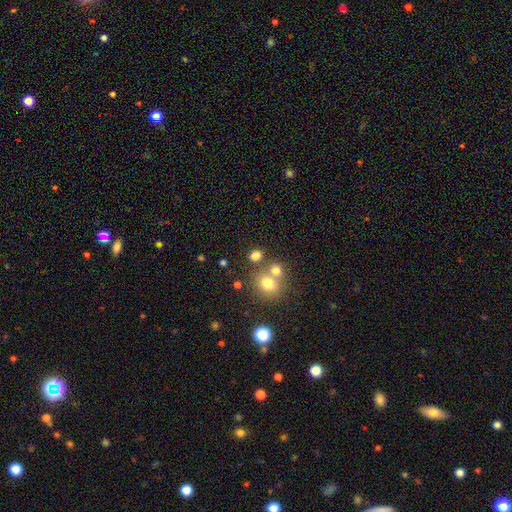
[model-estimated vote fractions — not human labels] This is likely a smooth galaxy (74%). How rounded: possibly round (53%). Merging: possibly none (56%).